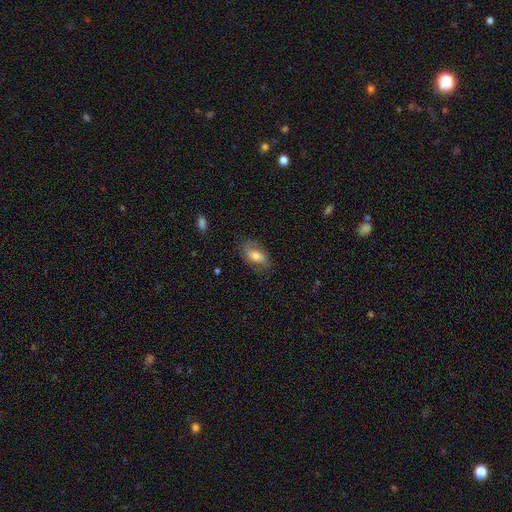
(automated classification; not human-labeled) smooth 57%, featured or disk 36%, star or artifact 8%. Down the decision tree: how rounded — in between (89%); merging — none (72%).